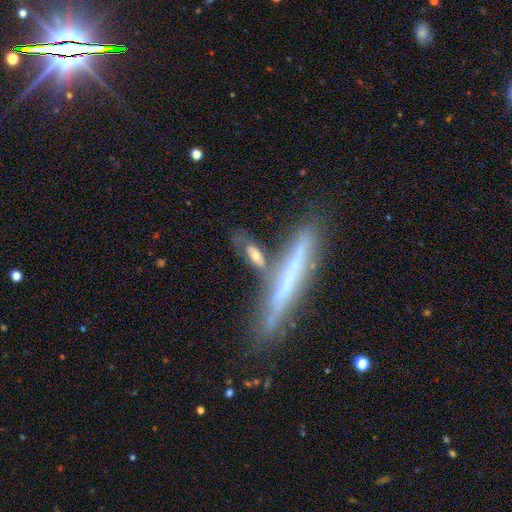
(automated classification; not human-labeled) Smooth or featured: smooth — 50% (featured or disk — 41%)
Merging: none — 48% (merger — 27%)